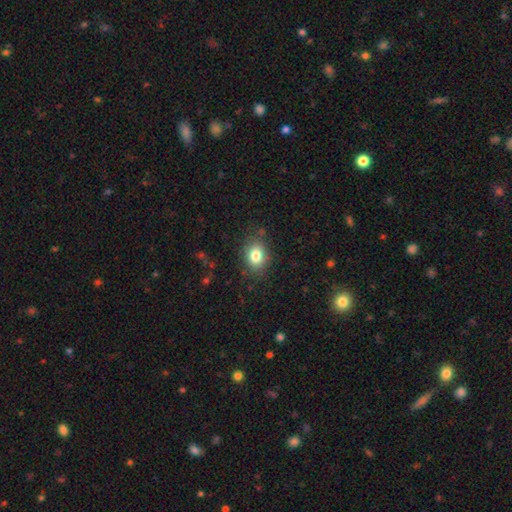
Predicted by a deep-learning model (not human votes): Smooth or featured? smooth (81%)
How rounded? in between (56%)
Merging? none (81%)